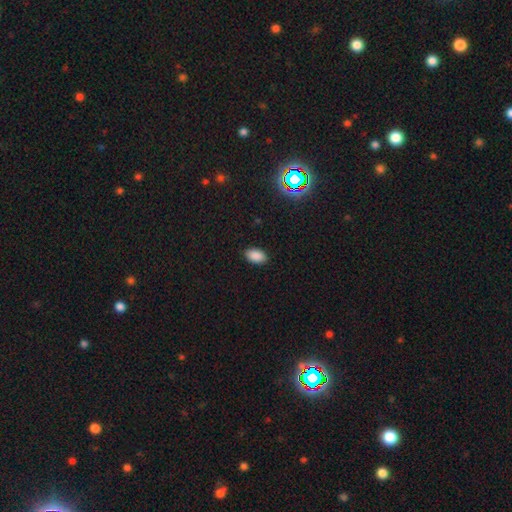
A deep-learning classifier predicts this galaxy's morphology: smooth_or_featured: smooth (p=0.87) [alt: star or artifact p=0.09]
how_rounded: in between (p=0.93) [alt: round p=0.06]
merging: none (p=0.88) [alt: minor disturbance p=0.09]